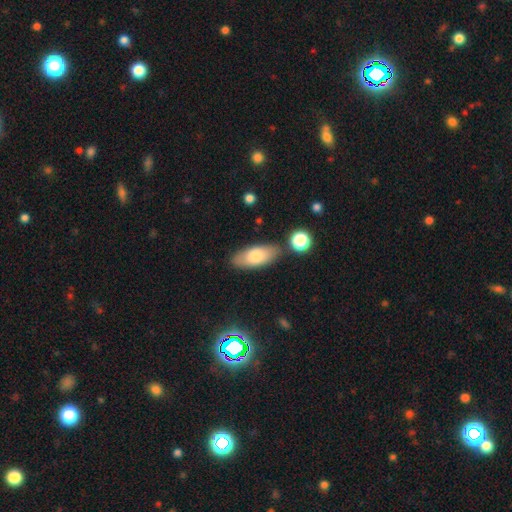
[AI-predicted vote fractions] Overall: smooth (76%). How rounded: in between (82%). Merging: none (77%).